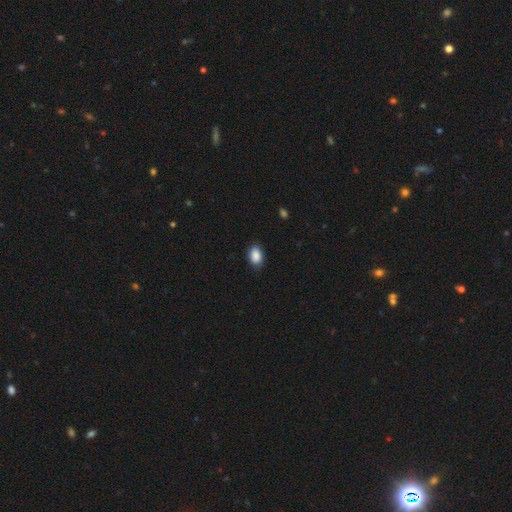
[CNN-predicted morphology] Q: Smooth or featured?
A: smooth (88%); runner-up: star or artifact (8%)
Q: How rounded?
A: in between (85%); runner-up: round (13%)
Q: Merging?
A: none (84%); runner-up: minor disturbance (13%)